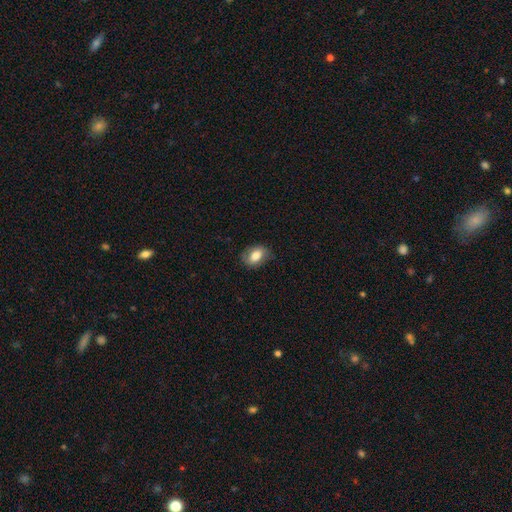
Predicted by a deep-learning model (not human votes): Smooth or featured? Predicted: smooth (p=0.73). How rounded? Predicted: in between (p=0.81). Merging? Predicted: none (p=0.75).